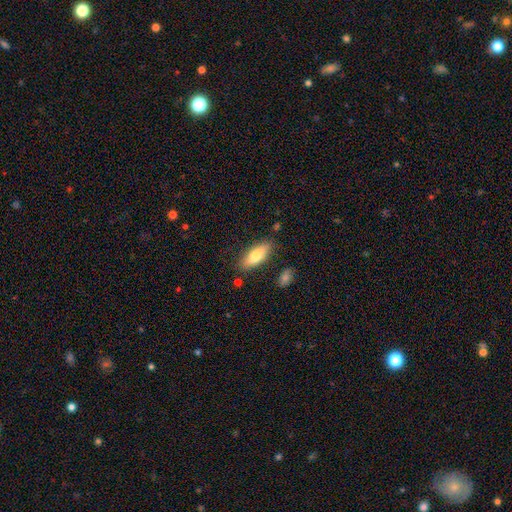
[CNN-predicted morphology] smooth_or_featured: smooth (p=0.76) [alt: featured or disk p=0.18]
how_rounded: in between (p=0.67) [alt: cigar-shaped p=0.31]
merging: none (p=0.81) [alt: minor disturbance p=0.13]